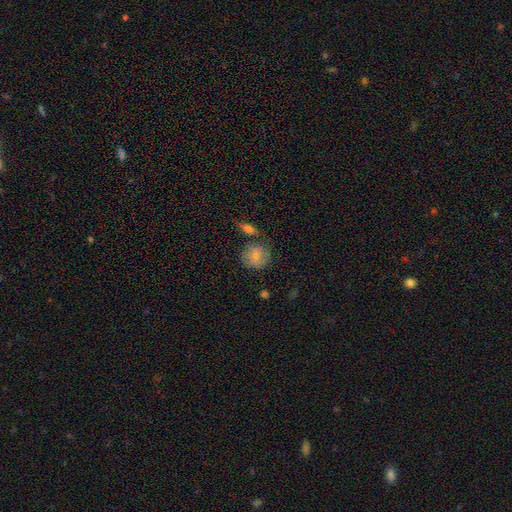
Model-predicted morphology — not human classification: This is likely a smooth galaxy (80%). How rounded: clearly round (85%). Merging: likely none (69%).